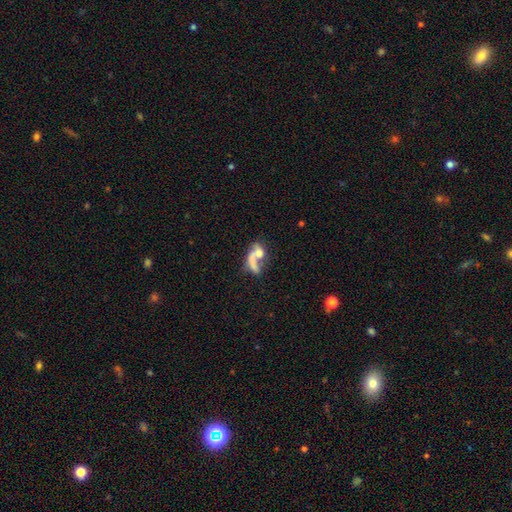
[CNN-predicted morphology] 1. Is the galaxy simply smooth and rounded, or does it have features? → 47% featured or disk, 42% smooth, 11% star or artifact.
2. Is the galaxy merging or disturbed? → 45% merger, 24% major disturbance, 21% none, 10% minor disturbance.